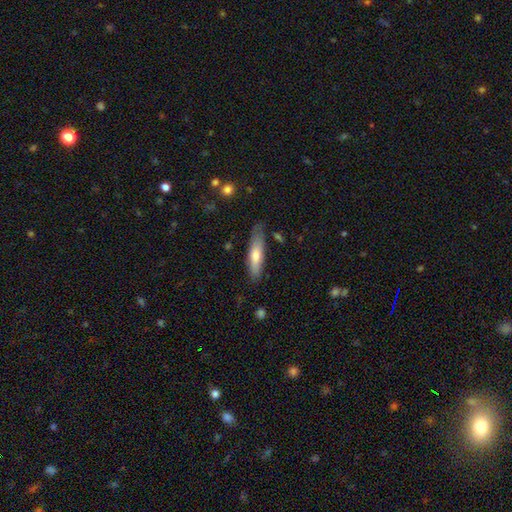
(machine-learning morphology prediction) The model was most divided on "smooth or featured": smooth: 64%, featured or disk: 30%, star or artifact: 6%. More confident: merging — none (74%); how rounded — cigar-shaped (71%).